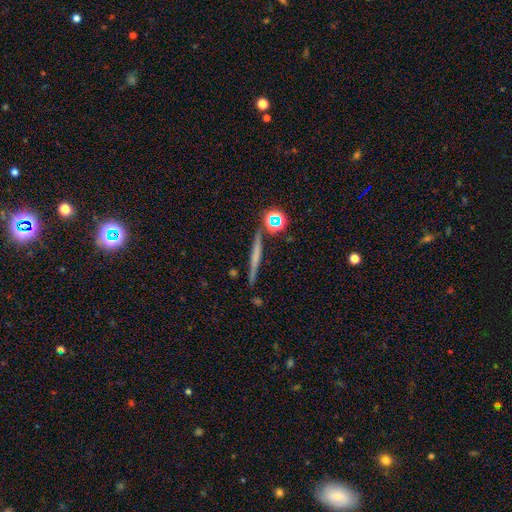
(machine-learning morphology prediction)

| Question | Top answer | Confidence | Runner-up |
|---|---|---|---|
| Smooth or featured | featured or disk | 49% | smooth (38%) |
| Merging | none | 85% | minor disturbance (8%) |